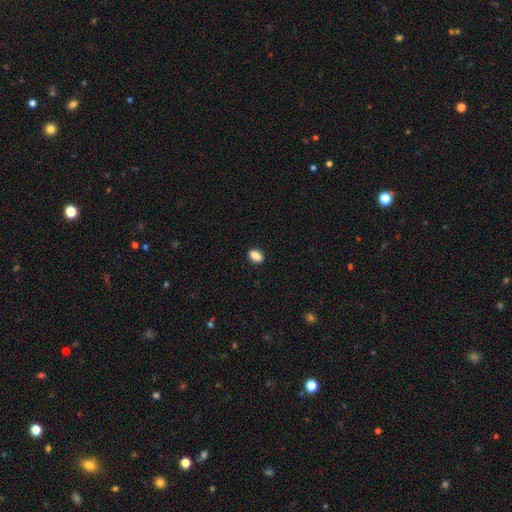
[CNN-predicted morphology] smooth 87%, star or artifact 9%, featured or disk 4%. Down the decision tree: how rounded — in between (86%); merging — none (89%).